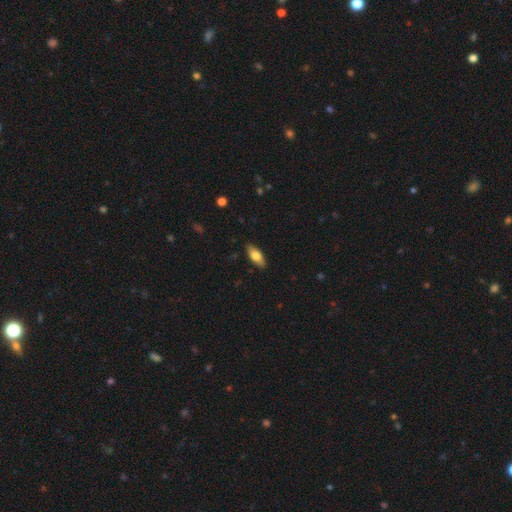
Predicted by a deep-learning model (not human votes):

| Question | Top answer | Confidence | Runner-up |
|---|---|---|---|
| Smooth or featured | smooth | 71% | featured or disk (23%) |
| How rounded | in between | 76% | cigar-shaped (22%) |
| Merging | none | 88% | minor disturbance (9%) |